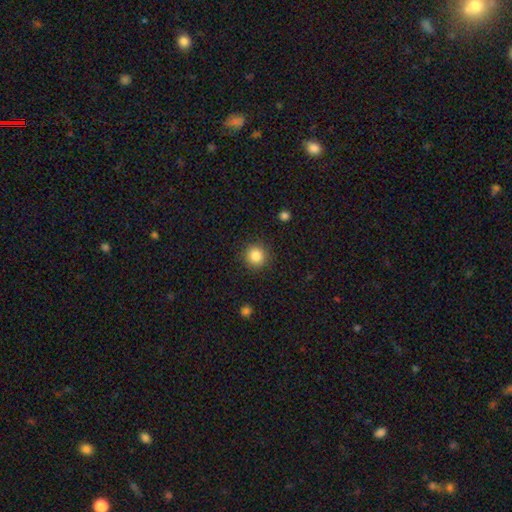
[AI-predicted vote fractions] Smooth or featured? smooth (85%)
How rounded? round (94%)
Merging? none (90%)